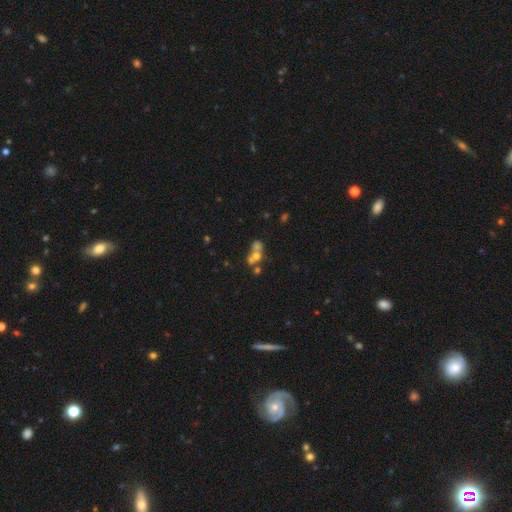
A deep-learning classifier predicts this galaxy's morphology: Overall: smooth (51%; featured or disk 30%). How rounded: round (65%; in between 32%). Merging: merger (59%; none 27%).